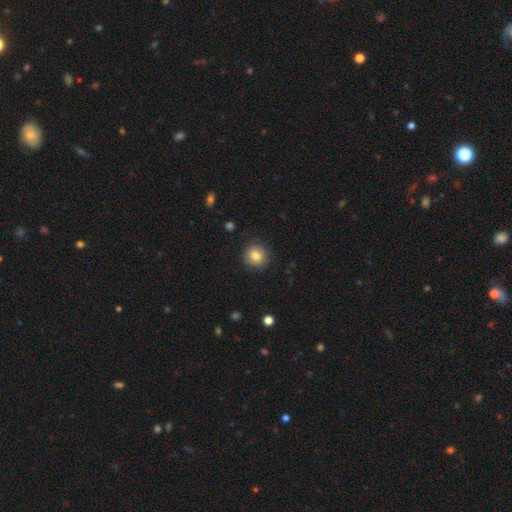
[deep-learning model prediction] Smooth or featured? Predicted: smooth (p=0.82). How rounded? Predicted: round (p=0.88). Merging? Predicted: none (p=0.88).